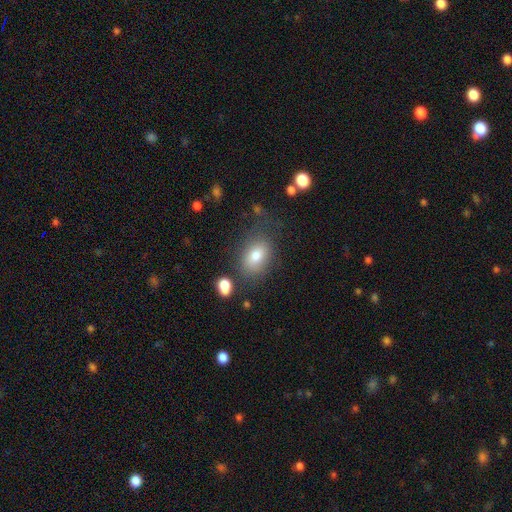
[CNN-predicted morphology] This is likely a smooth galaxy (78%). How rounded: clearly in between (81%). Merging: likely none (70%).